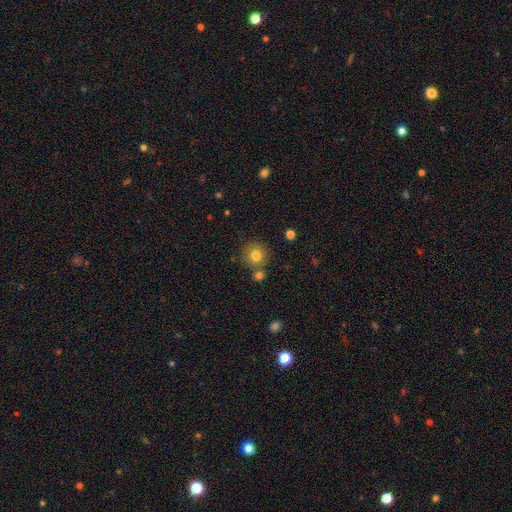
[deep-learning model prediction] Smooth or featured? Predicted: smooth (p=0.79). How rounded? Predicted: round (p=0.92). Merging? Predicted: none (p=0.73).